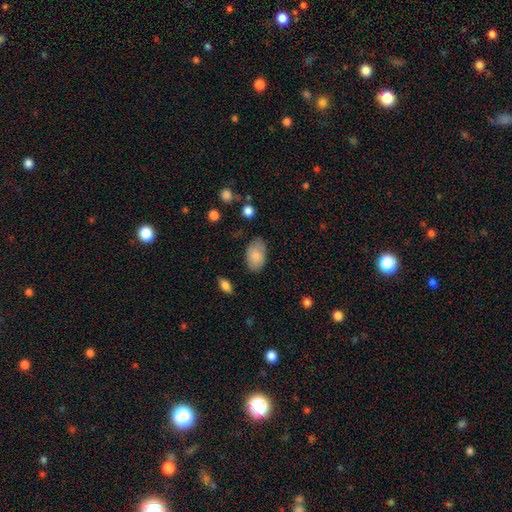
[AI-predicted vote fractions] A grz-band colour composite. It shows a smooth galaxy with no disk features (84%) that is in between round and cigar-shaped (92%). Merging: none (74%).